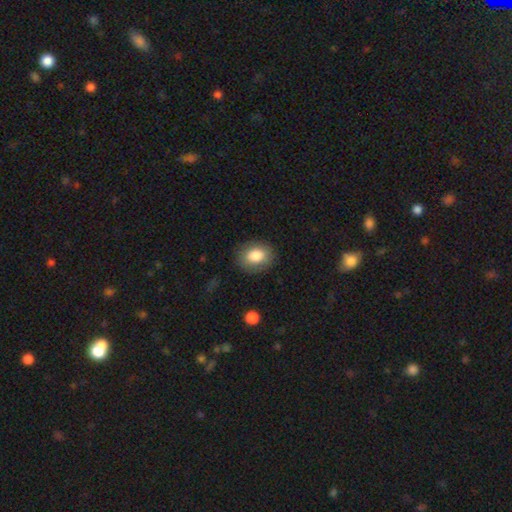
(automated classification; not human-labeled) Smooth or featured?
  - smooth: 83% *
  - featured or disk: 9%
  - star or artifact: 8%
How rounded?
  - in between: 58% *
  - round: 41%
  - cigar-shaped: 1%
Merging?
  - none: 85% *
  - minor disturbance: 11%
  - major disturbance: 3%
  - merger: 1%